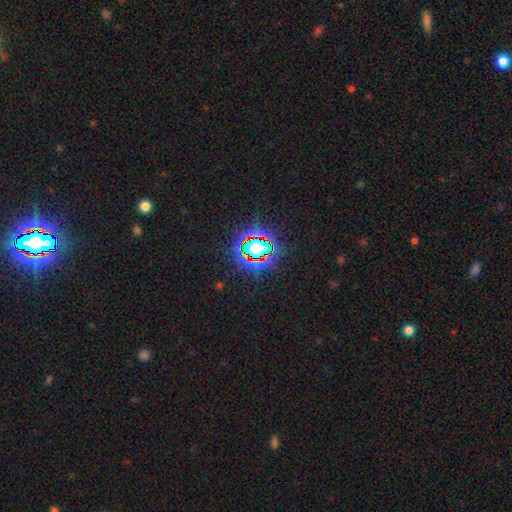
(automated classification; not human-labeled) smooth-or-featured: star or artifact: 79% | smooth: 13% | featured or disk: 8%